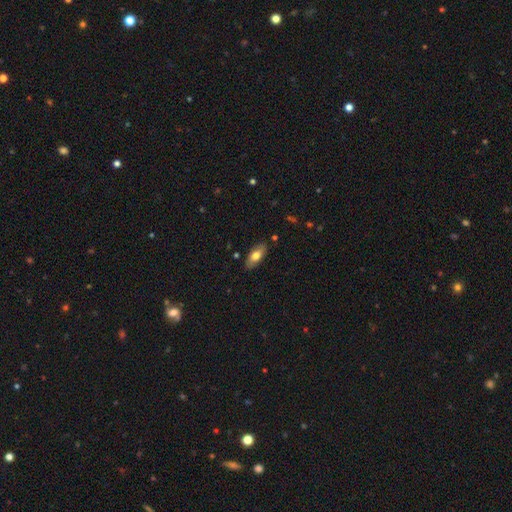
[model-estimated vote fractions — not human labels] Q: Smooth or featured?
A: smooth (72%); runner-up: featured or disk (22%)
Q: How rounded?
A: in between (84%); runner-up: cigar-shaped (13%)
Q: Merging?
A: none (85%); runner-up: minor disturbance (11%)